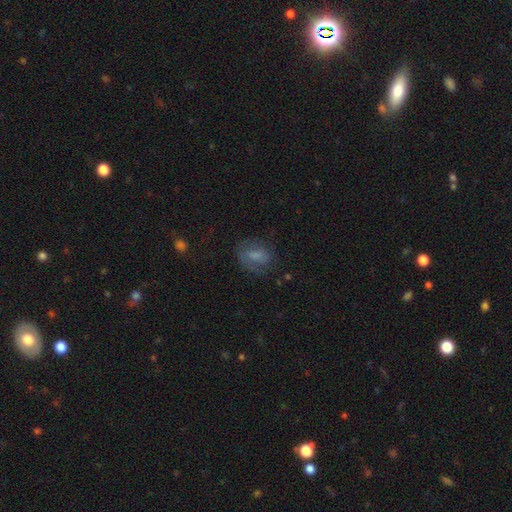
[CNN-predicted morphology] Smooth or featured: smooth — 53% (featured or disk — 36%)
How rounded: in between — 64% (round — 34%)
Merging: none — 60% (minor disturbance — 22%)